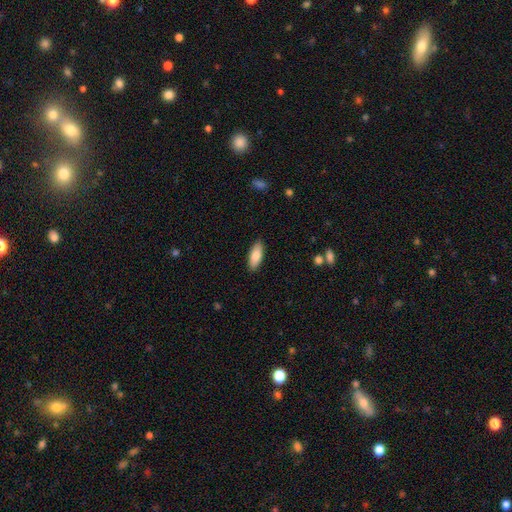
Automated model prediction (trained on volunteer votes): smooth 84%, featured or disk 10%, star or artifact 6%. Down the decision tree: how rounded — in between (78%); merging — none (88%).